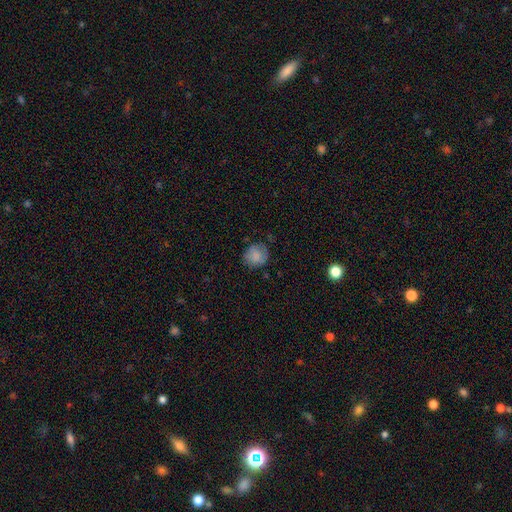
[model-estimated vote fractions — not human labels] Overall: smooth (80%). How rounded: round (76%). Merging: none (72%).